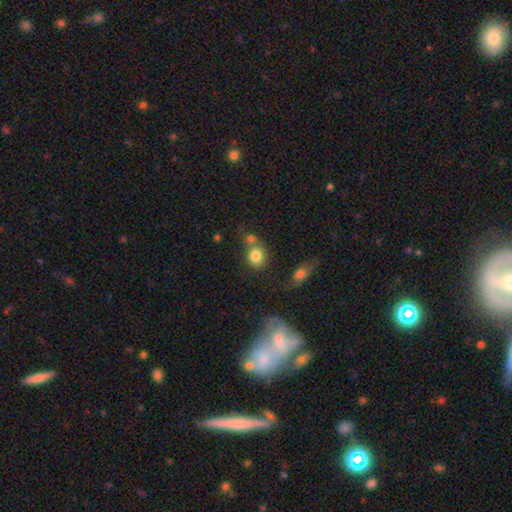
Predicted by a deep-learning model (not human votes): smooth-or-featured: smooth: 81% | star or artifact: 10% | featured or disk: 9%
  how-rounded: round: 69% | in between: 30% | cigar-shaped: 1%
  merging: none: 49% | merger: 33% | minor disturbance: 13% | major disturbance: 5%